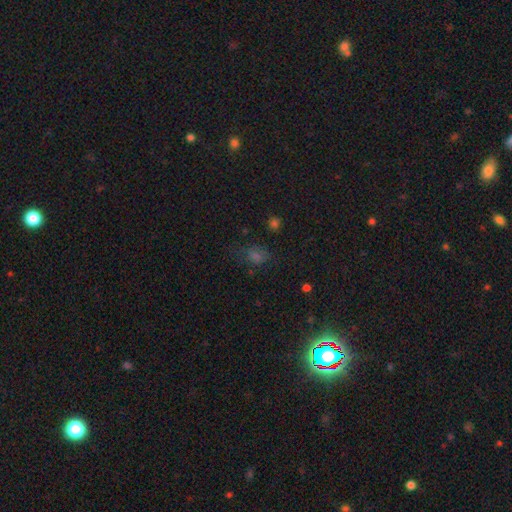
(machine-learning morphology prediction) This appears to be a smooth galaxy with no disk features (44%). Merging: none (67%).